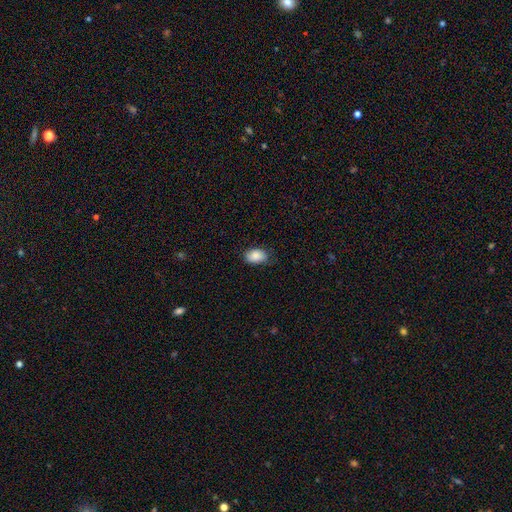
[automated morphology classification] Smooth or featured: smooth — 86% (star or artifact — 7%)
How rounded: in between — 86% (round — 12%)
Merging: none — 71% (minor disturbance — 23%)